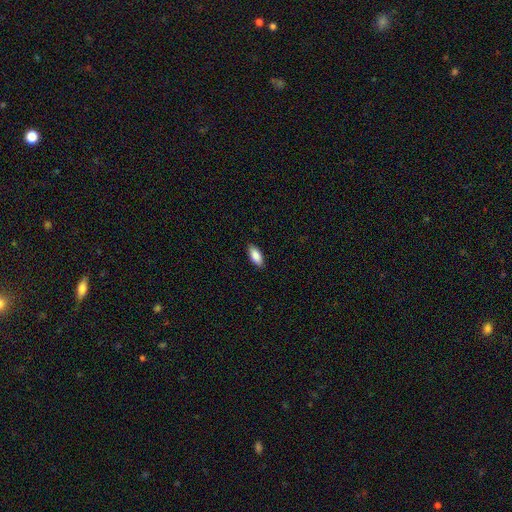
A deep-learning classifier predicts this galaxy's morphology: This is clearly a smooth galaxy (88%). How rounded: clearly in between (87%). Merging: clearly none (89%).